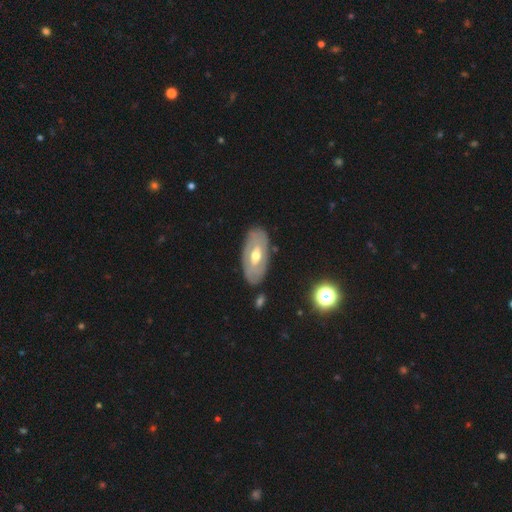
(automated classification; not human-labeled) Smooth or featured?
  - featured or disk: 69% *
  - smooth: 25%
  - star or artifact: 6%
Edge-on disk?
  - no: 88% *
  - yes: 12%
Bar?
  - no: 43% *
  - weak: 41%
  - strong: 16%
Spiral arms?
  - no: 51% *
  - yes: 49%
Bulge size?
  - moderate: 73% *
  - small: 21%
  - large: 5%
  - none: 1%
  - dominant: 1%
Merging?
  - none: 82% *
  - minor disturbance: 12%
  - major disturbance: 3%
  - merger: 2%